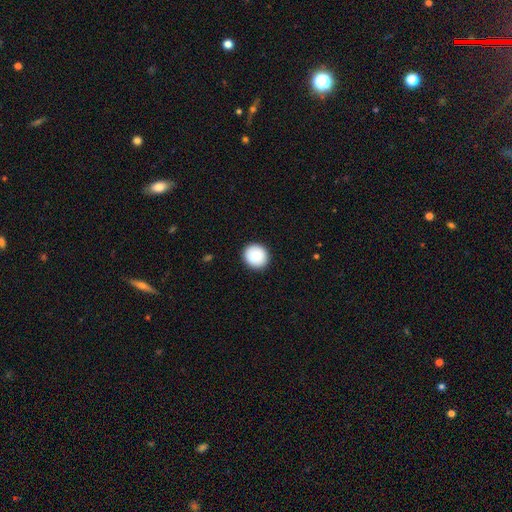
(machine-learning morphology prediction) type=smooth (85%); roundness=round (92%); merging=none (91%).